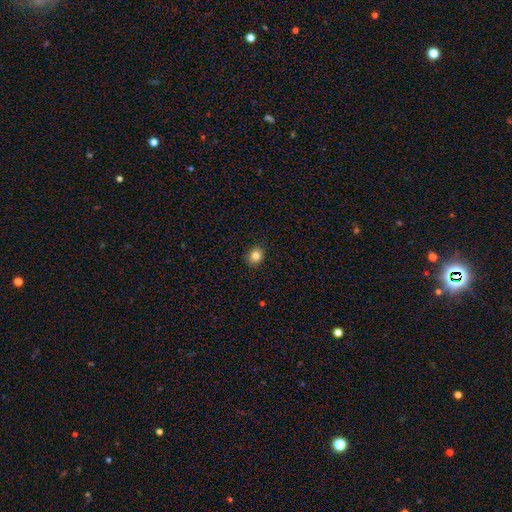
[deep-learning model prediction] A smooth galaxy with no disk features (83%) that is round (70%).

Vote fractions:
- Smooth or featured? smooth: 83% / star or artifact: 11% / featured or disk: 6%
- How rounded? round: 70% / in between: 29% / cigar-shaped: 1%
- Merging? none: 91% / minor disturbance: 7% / major disturbance: 2% / merger: 1%